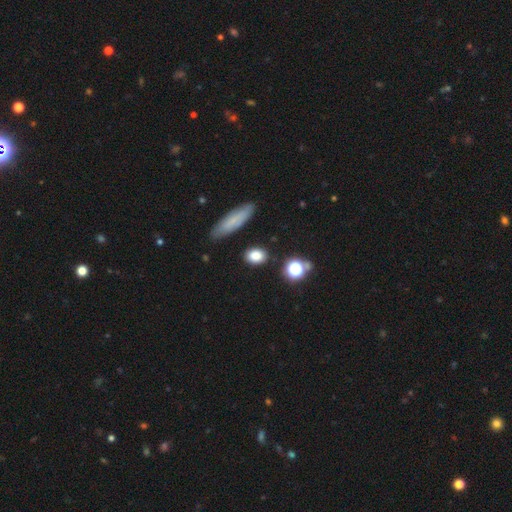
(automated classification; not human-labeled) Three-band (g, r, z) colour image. It shows a smooth galaxy with no disk features (83%) that is in between round and cigar-shaped (66%). Merging: none (85%).